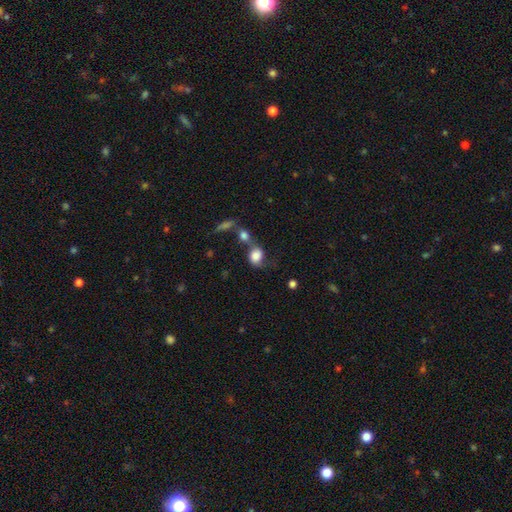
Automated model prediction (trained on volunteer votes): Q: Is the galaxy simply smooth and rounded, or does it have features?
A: smooth — 75%.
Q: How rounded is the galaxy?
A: round — 58%.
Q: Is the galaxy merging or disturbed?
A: merger — 40%.